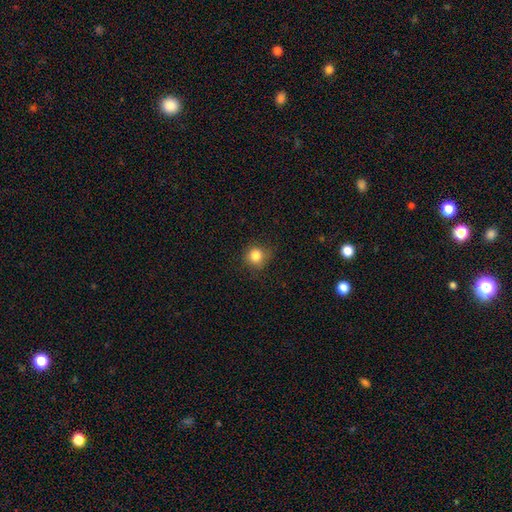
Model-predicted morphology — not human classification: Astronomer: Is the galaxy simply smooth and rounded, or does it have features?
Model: smooth — 83%.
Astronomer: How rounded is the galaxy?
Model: round — 88%.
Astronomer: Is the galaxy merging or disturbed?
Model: none — 80%.